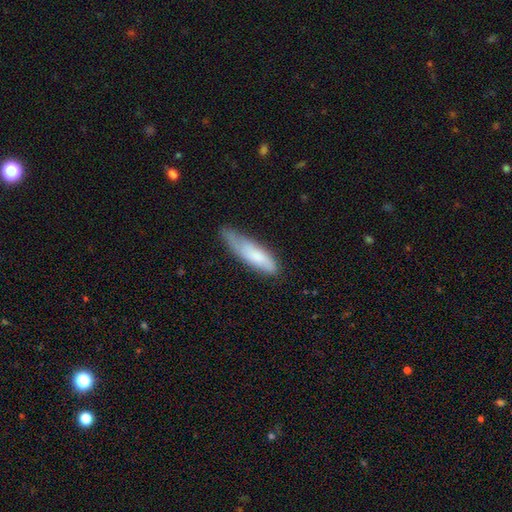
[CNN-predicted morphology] The model was most divided on "merging": none: 48%, minor disturbance: 39%, major disturbance: 10%, merger: 3%. More confident: smooth or featured — smooth (69%); how rounded — cigar-shaped (67%).